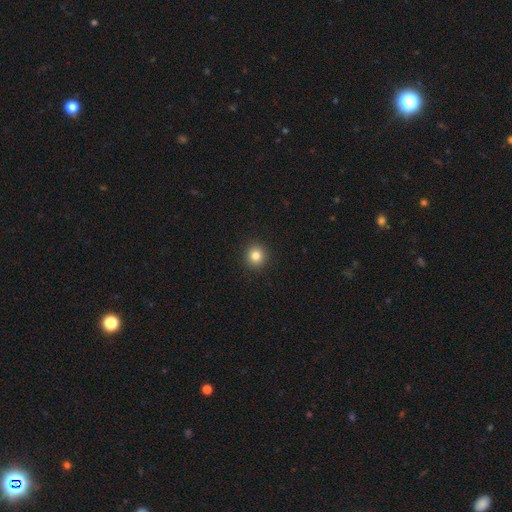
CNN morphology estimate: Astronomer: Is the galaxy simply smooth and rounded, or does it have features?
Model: smooth — 83%.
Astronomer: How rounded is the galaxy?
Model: round — 93%.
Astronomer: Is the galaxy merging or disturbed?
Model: none — 93%.